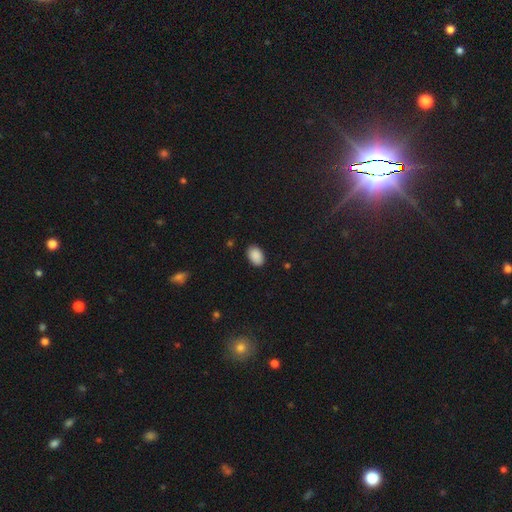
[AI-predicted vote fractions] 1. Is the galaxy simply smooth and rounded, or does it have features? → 90% smooth, 7% star or artifact, 3% featured or disk.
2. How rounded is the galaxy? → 88% in between, 11% round, 1% cigar-shaped.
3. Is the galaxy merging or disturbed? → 87% none, 10% minor disturbance, 2% major disturbance, 1% merger.